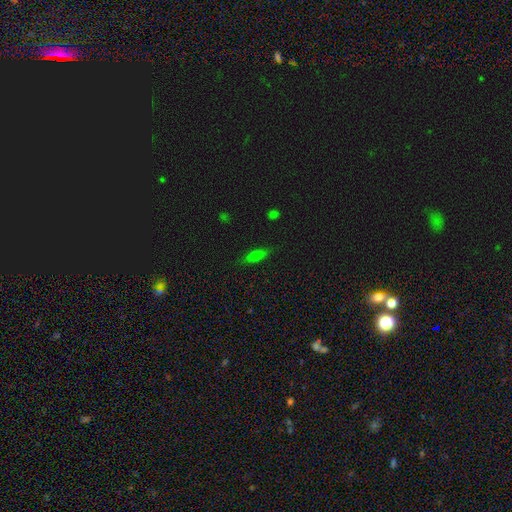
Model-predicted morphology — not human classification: smooth-or-featured: smooth: 63% | featured or disk: 25% | star or artifact: 13%
  how-rounded: in between: 51% | cigar-shaped: 45% | round: 4%
  merging: none: 84% | minor disturbance: 12% | major disturbance: 3% | merger: 1%